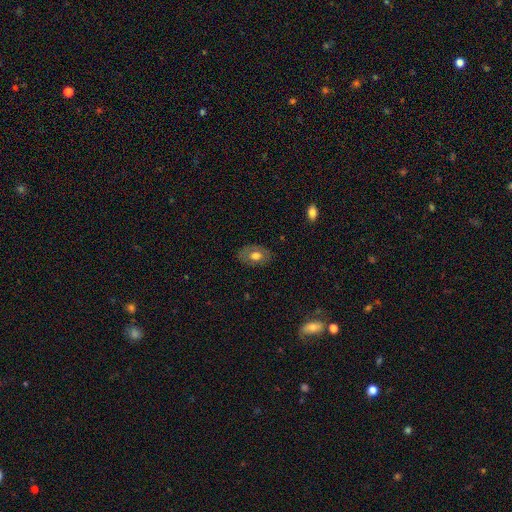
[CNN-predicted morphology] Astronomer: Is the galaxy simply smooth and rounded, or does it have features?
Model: smooth — 63%.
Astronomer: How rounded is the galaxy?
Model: in between — 84%.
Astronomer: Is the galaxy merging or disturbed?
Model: none — 79%.